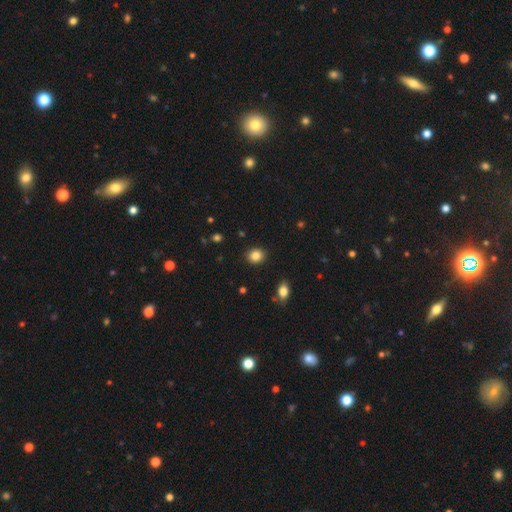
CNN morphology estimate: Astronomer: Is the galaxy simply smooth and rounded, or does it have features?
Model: smooth — 85%.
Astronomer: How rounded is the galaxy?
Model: round — 70%.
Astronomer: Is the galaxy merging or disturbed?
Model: none — 90%.